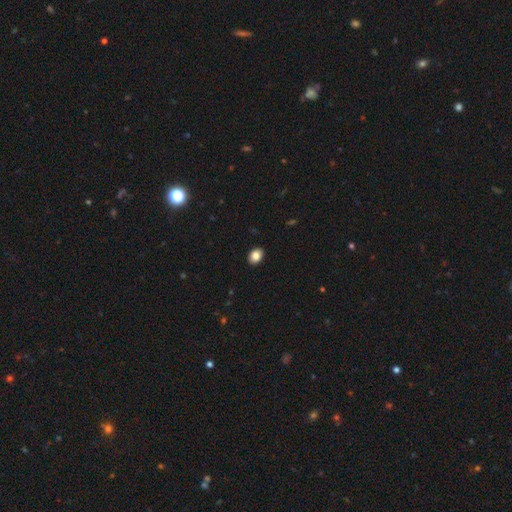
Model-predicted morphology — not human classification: Q: Smooth or featured?
A: smooth (85%); runner-up: star or artifact (9%)
Q: How rounded?
A: in between (70%); runner-up: round (29%)
Q: Merging?
A: none (91%); runner-up: minor disturbance (7%)